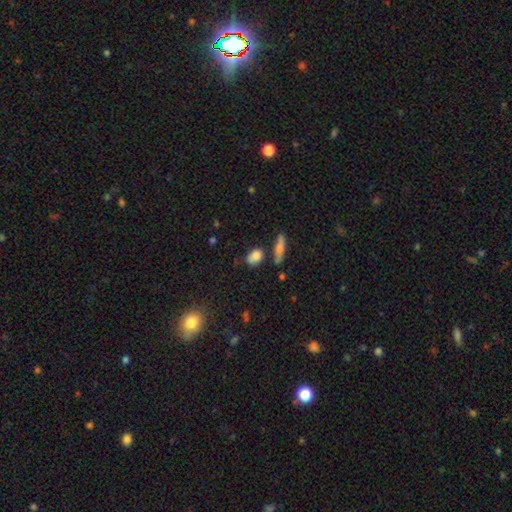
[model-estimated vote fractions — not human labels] This appears to be a smooth galaxy with no disk features (78%) that is in between round and cigar-shaped (62%). Merging: none (61%).